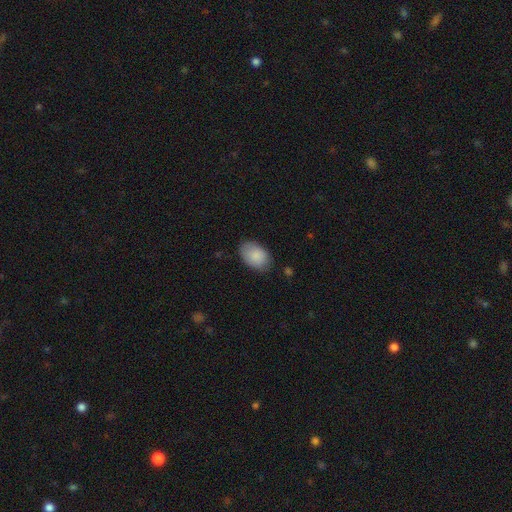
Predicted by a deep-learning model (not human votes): Smooth or featured? smooth (88%)
How rounded? in between (89%)
Merging? none (80%)